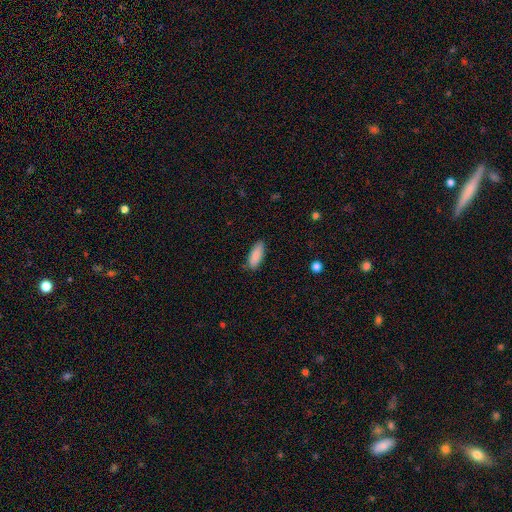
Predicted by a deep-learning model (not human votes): Smooth or featured?
  - smooth: 88% *
  - star or artifact: 6%
  - featured or disk: 6%
How rounded?
  - in between: 73% *
  - cigar-shaped: 25%
  - round: 2%
Merging?
  - none: 85% *
  - minor disturbance: 11%
  - major disturbance: 2%
  - merger: 1%